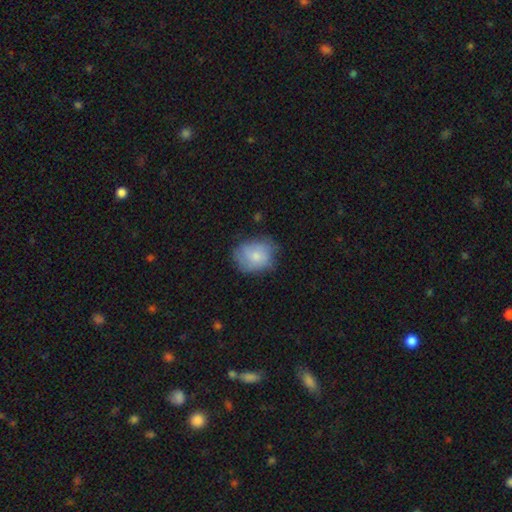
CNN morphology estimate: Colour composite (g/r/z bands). It shows a smooth galaxy with no disk features (68%) that is round (57%). Merging: none (63%).